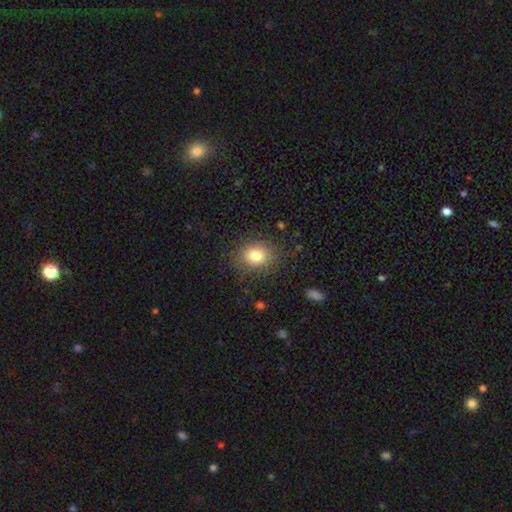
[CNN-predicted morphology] Smooth or featured: smooth — 80% (star or artifact — 11%)
How rounded: round — 51% (in between — 48%)
Merging: none — 83% (minor disturbance — 12%)